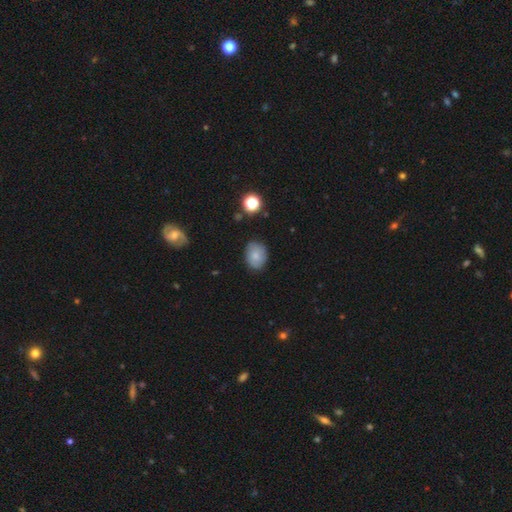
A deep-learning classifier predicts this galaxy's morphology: Smooth or featured? Predicted: smooth (p=0.79). How rounded? Predicted: in between (p=0.62). Merging? Predicted: none (p=0.79).